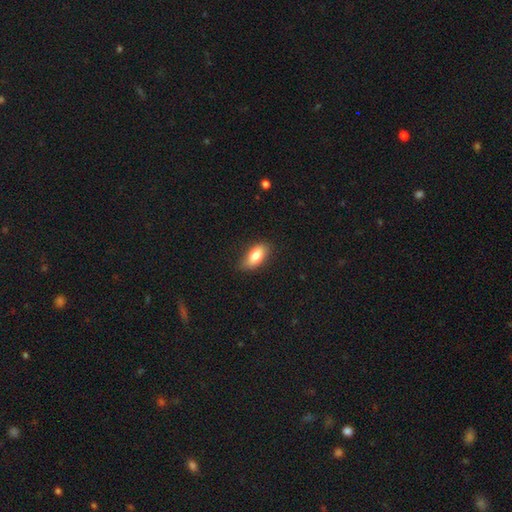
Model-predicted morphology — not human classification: Smooth or featured: smooth — 80% (featured or disk — 14%)
How rounded: in between — 88% (cigar-shaped — 8%)
Merging: none — 81% (minor disturbance — 15%)